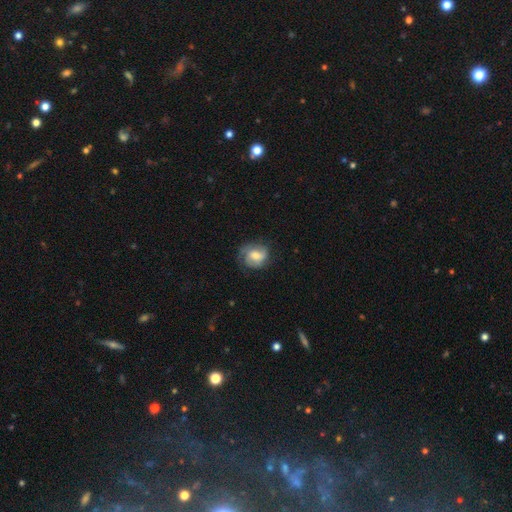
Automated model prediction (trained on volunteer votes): Overall: featured or disk (57%; smooth 36%). Edge-on disk: no (97%). Bar: weak (44%; no 43%). Spiral arms: yes (87%). Bulge size: moderate (56%; small 21%). Merging: none (65%).